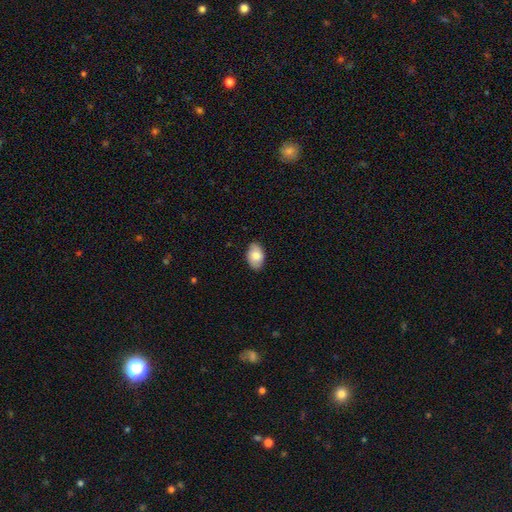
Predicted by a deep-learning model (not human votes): Smooth or featured: smooth — 77% (featured or disk — 16%)
How rounded: in between — 90% (round — 9%)
Merging: none — 85% (minor disturbance — 12%)